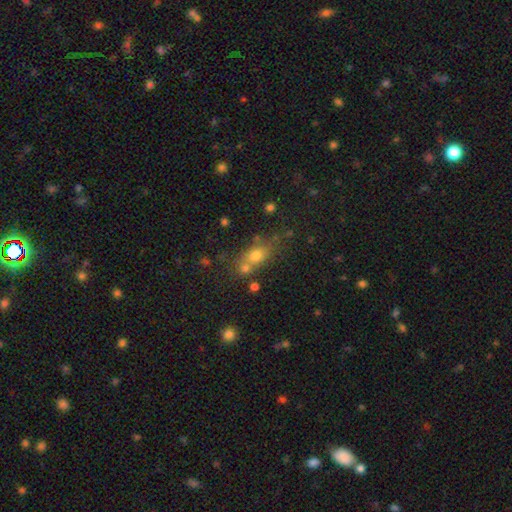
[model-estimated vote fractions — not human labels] This appears to be a smooth galaxy with no disk features (70%) that is in between round and cigar-shaped (56%). Merging: none (51%).